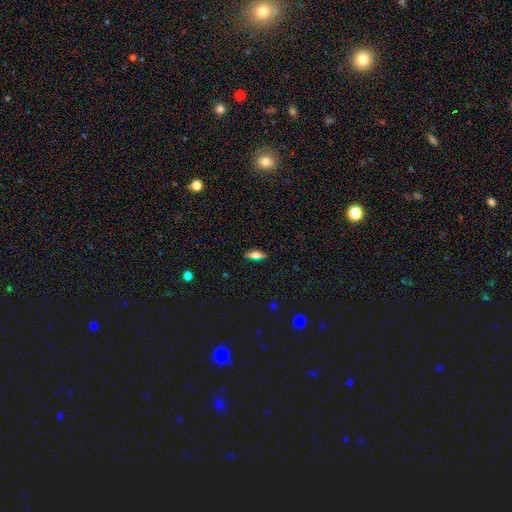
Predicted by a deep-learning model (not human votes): smooth-or-featured: smooth: 49% | featured or disk: 37% | star or artifact: 14%
  merging: none: 88% | minor disturbance: 8% | major disturbance: 2% | merger: 1%